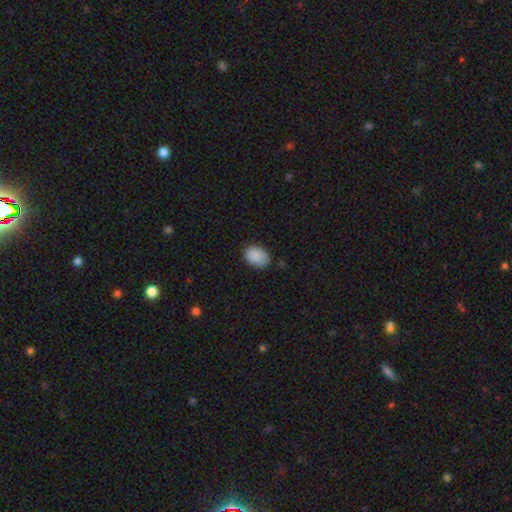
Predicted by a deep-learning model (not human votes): smooth 88%, star or artifact 8%, featured or disk 4%. Down the decision tree: how rounded — in between (77%); merging — none (76%).